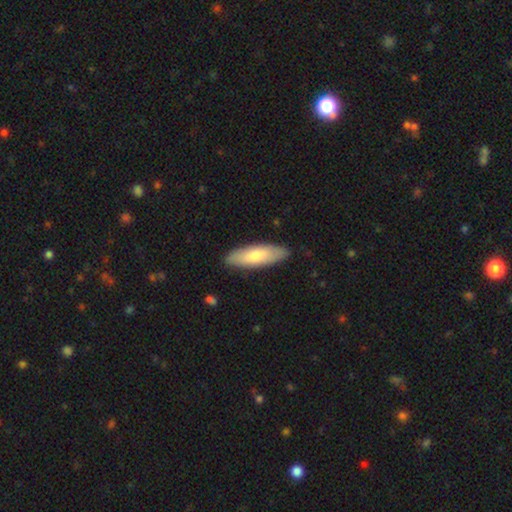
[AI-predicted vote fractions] smooth-or-featured: smooth: 77% | featured or disk: 18% | star or artifact: 5%
  how-rounded: in between: 52% | cigar-shaped: 46% | round: 2%
  merging: none: 87% | minor disturbance: 10% | major disturbance: 2% | merger: 1%